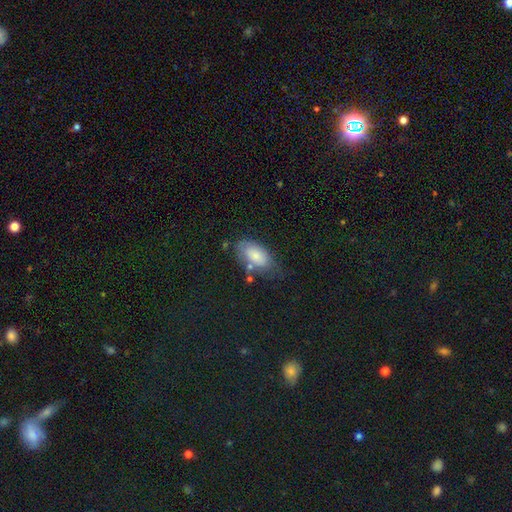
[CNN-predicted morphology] A smooth galaxy with no disk features (79%) that is in between round and cigar-shaped (93%). Merging: none (56%).